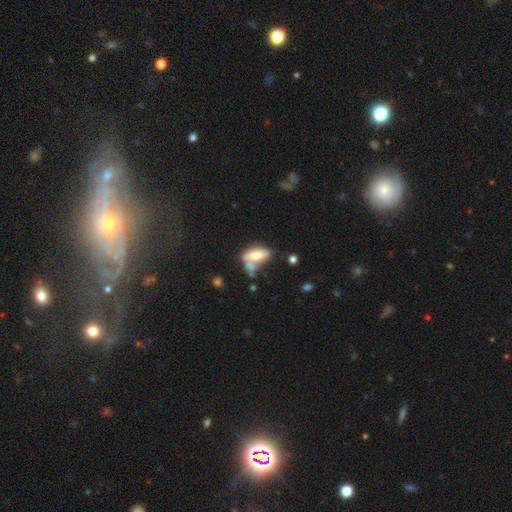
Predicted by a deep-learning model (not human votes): Overall: smooth (59%; featured or disk 32%). How rounded: in between (80%). Merging: none (33%; merger 32%).